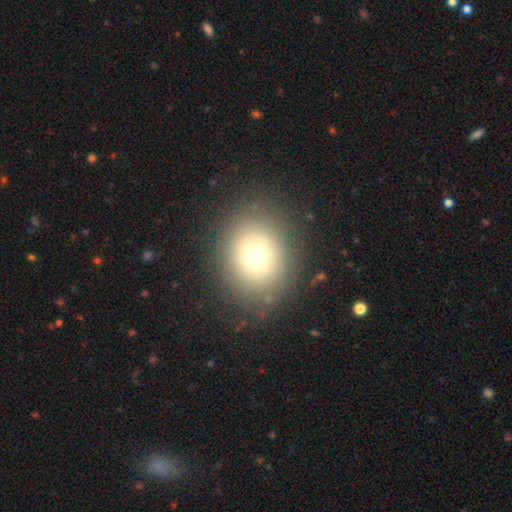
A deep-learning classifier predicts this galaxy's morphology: A smooth galaxy with no disk features (65%) that is round (70%).

Vote fractions:
- Smooth or featured? smooth: 65% / featured or disk: 21% / star or artifact: 14%
- How rounded? round: 70% / in between: 29% / cigar-shaped: 1%
- Merging? none: 83% / minor disturbance: 10% / major disturbance: 5% / merger: 1%